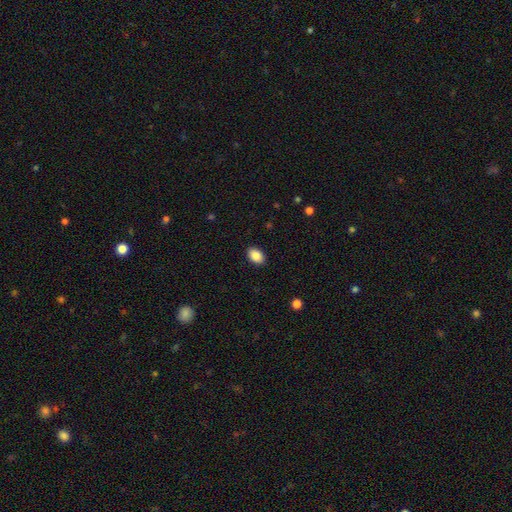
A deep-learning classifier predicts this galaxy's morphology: Smooth or featured? smooth (88%)
How rounded? in between (83%)
Merging? none (90%)